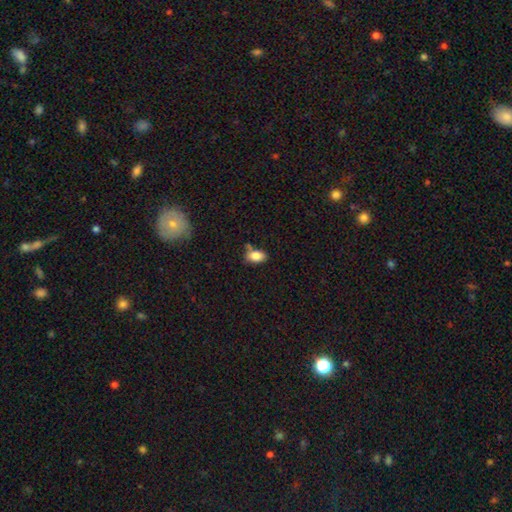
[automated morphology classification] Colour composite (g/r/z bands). It shows a smooth galaxy with no disk features (84%) that is in between round and cigar-shaped (89%). Merging: none (66%).